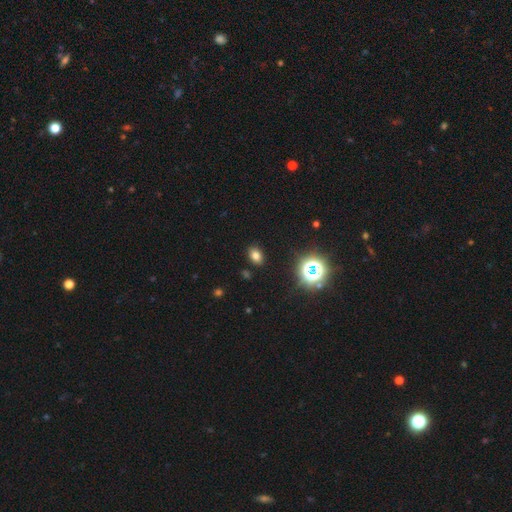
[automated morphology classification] Overall: smooth (73%). How rounded: in between (75%). Merging: none (88%).